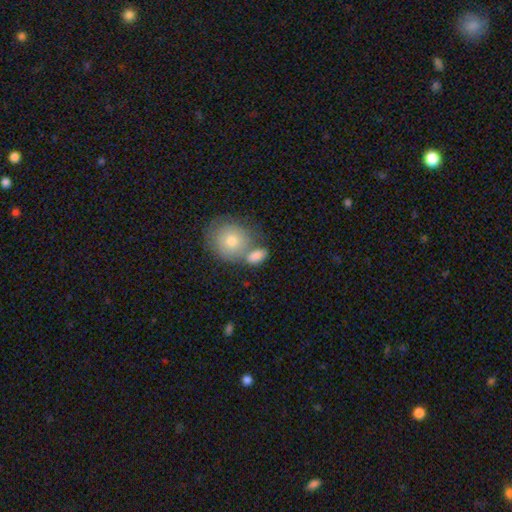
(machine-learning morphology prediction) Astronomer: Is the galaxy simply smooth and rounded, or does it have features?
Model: smooth — 80%.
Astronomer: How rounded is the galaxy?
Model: in between — 69%.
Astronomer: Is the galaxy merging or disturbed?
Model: none — 42% (runner-up: merger, 38%).